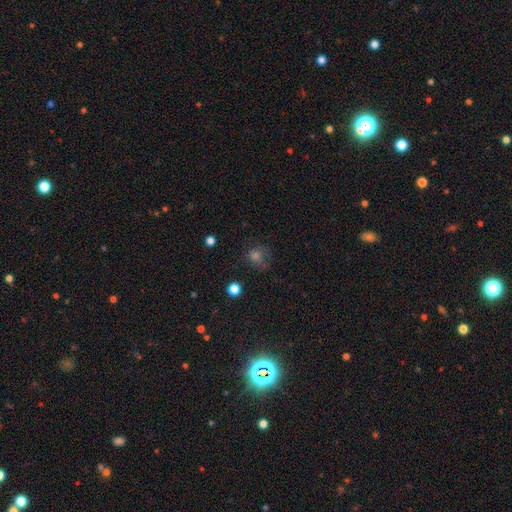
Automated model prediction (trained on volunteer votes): Q: Smooth or featured?
A: smooth (61%); runner-up: star or artifact (25%)
Q: How rounded?
A: round (83%); runner-up: in between (16%)
Q: Merging?
A: none (66%); runner-up: minor disturbance (20%)